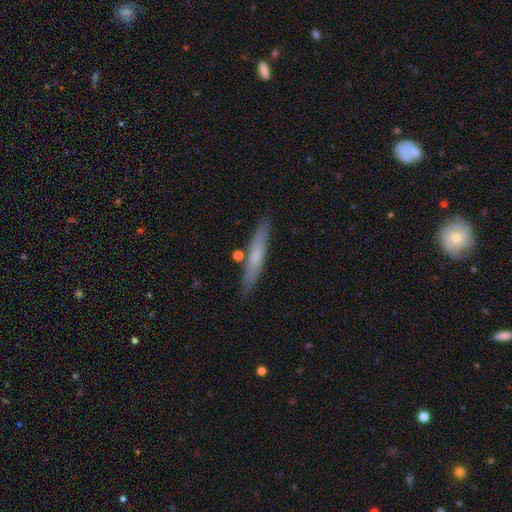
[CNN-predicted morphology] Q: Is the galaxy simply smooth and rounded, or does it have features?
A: smooth — 62%.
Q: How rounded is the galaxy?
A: cigar-shaped — 93%.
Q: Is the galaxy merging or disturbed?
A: none — 86%.